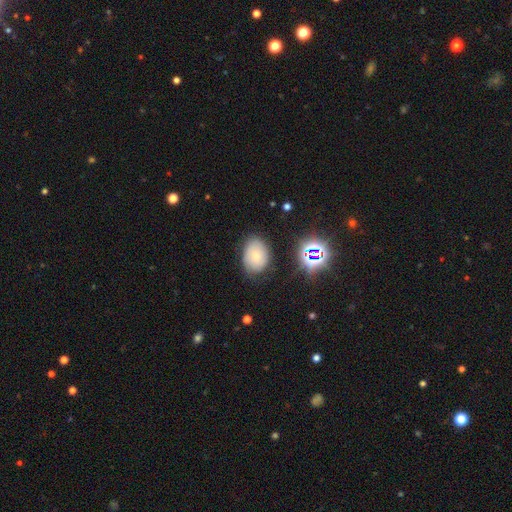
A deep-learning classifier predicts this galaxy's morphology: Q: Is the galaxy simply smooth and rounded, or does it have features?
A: smooth — 66%.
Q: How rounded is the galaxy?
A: in between — 75%.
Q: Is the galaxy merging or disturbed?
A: none — 71%.